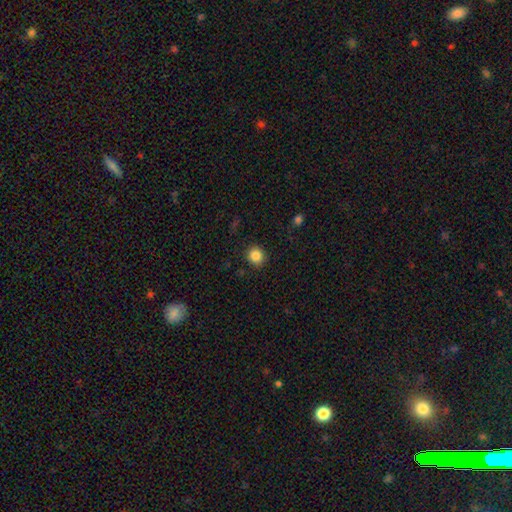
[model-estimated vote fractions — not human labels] Q: Smooth or featured?
A: smooth (86%); runner-up: star or artifact (10%)
Q: How rounded?
A: round (89%); runner-up: in between (10%)
Q: Merging?
A: none (90%); runner-up: minor disturbance (6%)